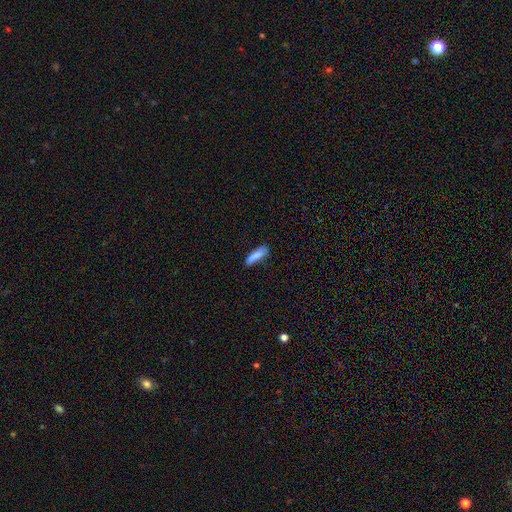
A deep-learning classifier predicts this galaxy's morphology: smooth_or_featured: smooth (p=0.85) [alt: featured or disk p=0.08]
how_rounded: cigar-shaped (p=0.65) [alt: in between p=0.34]
merging: none (p=0.71) [alt: minor disturbance p=0.22]